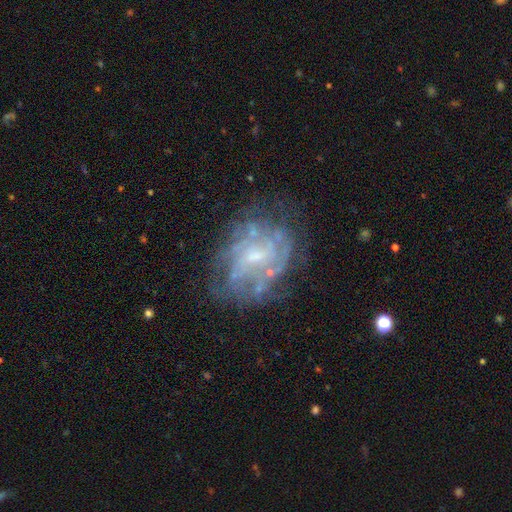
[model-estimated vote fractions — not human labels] Smooth or featured? featured or disk (78%)
Edge-on disk? no (97%)
Bar? no (57%)
Spiral arms? yes (68%)
Spiral winding? tight (51%)
Spiral arm count? can't tell (56%)
Bulge size? small (53%)
Merging? none (60%)